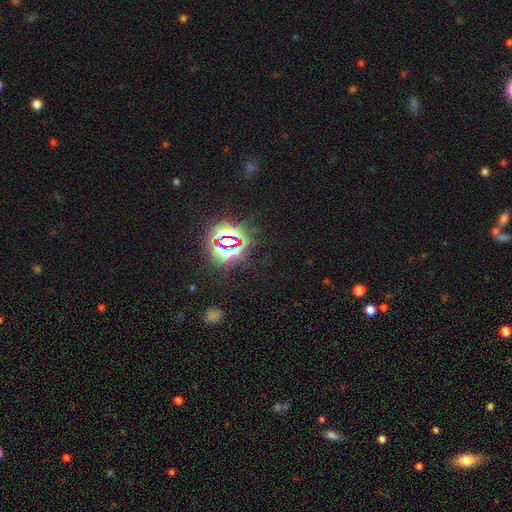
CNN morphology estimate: Smooth or featured? star or artifact (82%)